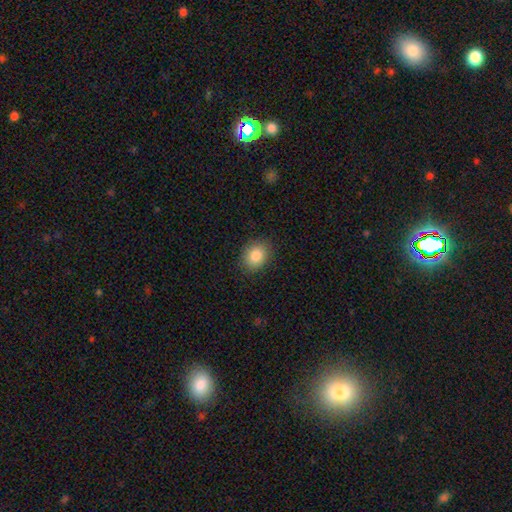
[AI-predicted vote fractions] Smooth or featured? smooth (85%)
How rounded? in between (55%)
Merging? none (88%)